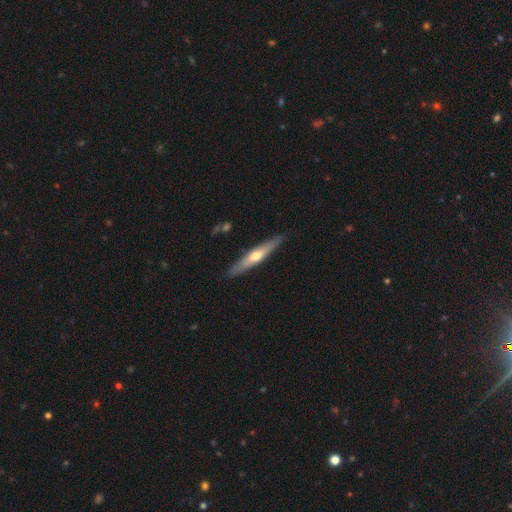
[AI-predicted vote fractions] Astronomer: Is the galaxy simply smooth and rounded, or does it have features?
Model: featured or disk — 53% (runner-up: smooth, 41%).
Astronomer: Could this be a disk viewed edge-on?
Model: yes — 91%.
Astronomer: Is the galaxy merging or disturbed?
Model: none — 89%.